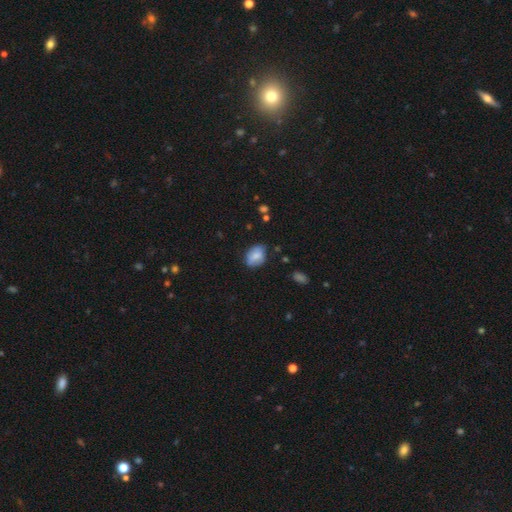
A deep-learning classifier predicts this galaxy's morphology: A smooth galaxy with no disk features (77%) that is in between round and cigar-shaped (66%). Merging: none (71%).